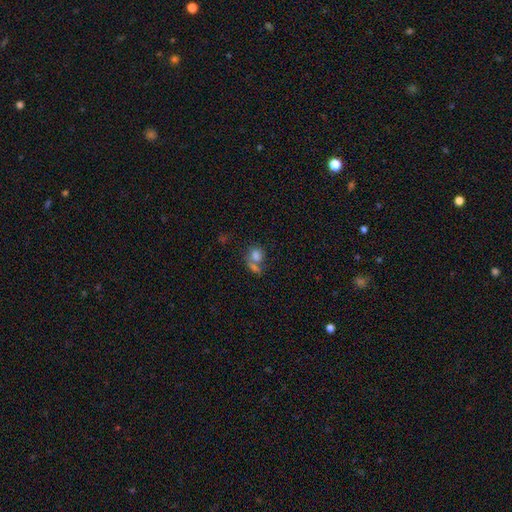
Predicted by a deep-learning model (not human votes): A smooth galaxy with no disk features (75%) that is round (52%). Merging: merger (50%).